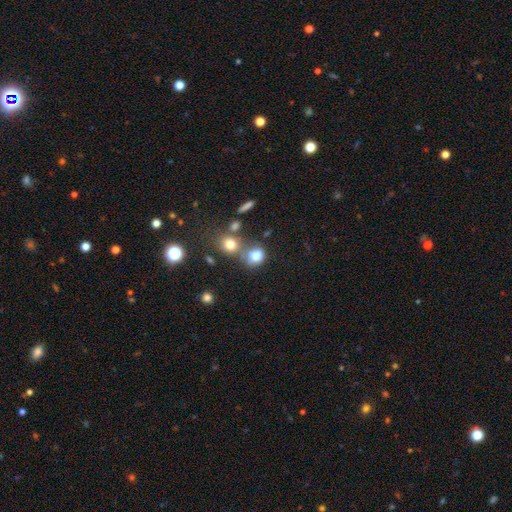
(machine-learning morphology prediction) Smooth or featured?
  - smooth: 78% *
  - star or artifact: 13%
  - featured or disk: 10%
How rounded?
  - round: 62% *
  - in between: 36%
  - cigar-shaped: 2%
Merging?
  - none: 41% *
  - merger: 37%
  - minor disturbance: 14%
  - major disturbance: 8%